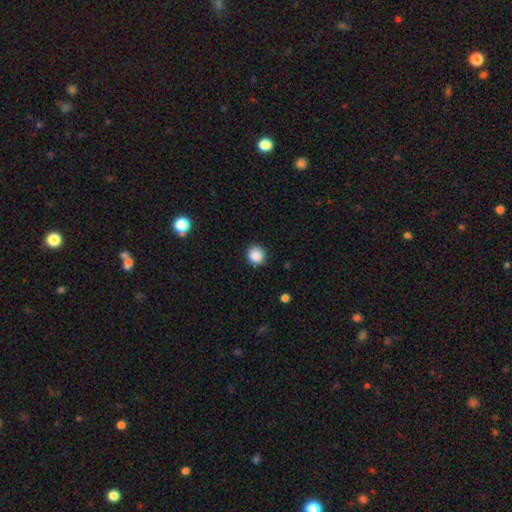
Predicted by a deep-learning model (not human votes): Overall: smooth (87%). How rounded: round (89%). Merging: none (88%).